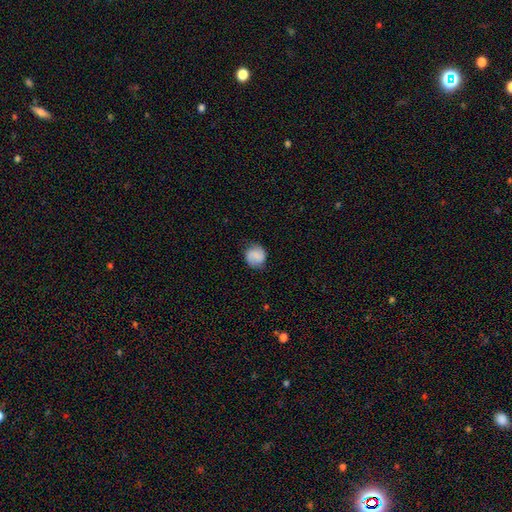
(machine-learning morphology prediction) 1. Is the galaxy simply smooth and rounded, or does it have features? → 72% smooth, 20% featured or disk, 8% star or artifact.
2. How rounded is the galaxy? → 84% round, 15% in between, 1% cigar-shaped.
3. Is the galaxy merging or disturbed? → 79% none, 16% minor disturbance, 4% major disturbance, 1% merger.